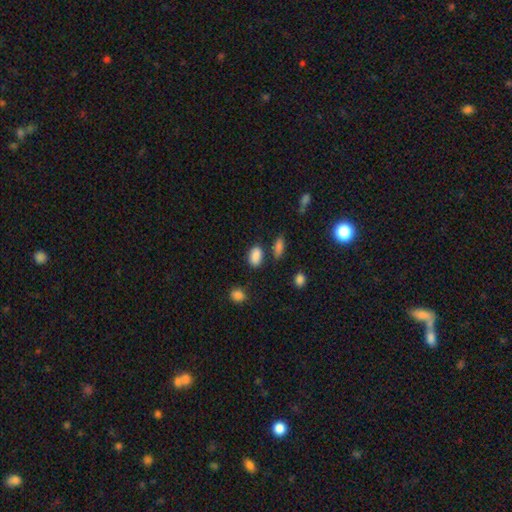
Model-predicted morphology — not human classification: A smooth galaxy with no disk features (87%) that is in between round and cigar-shaped (86%). Merging: none (77%).